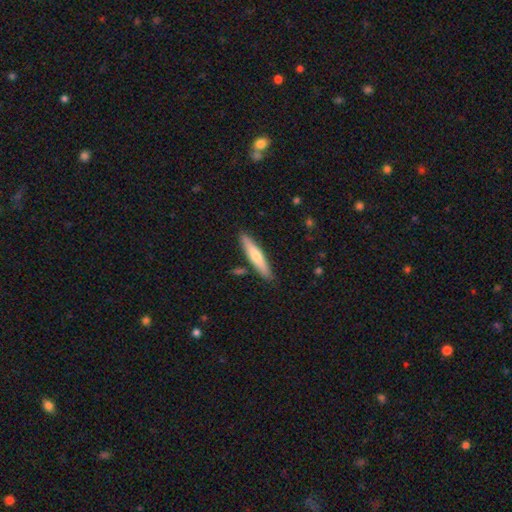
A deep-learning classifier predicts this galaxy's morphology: A smooth galaxy with no disk features (64%) that is cigar-shaped (87%).

Vote fractions:
- Smooth or featured? smooth: 64% / featured or disk: 31% / star or artifact: 5%
- How rounded? cigar-shaped: 87% / in between: 11% / round: 1%
- Merging? none: 86% / minor disturbance: 9% / merger: 3% / major disturbance: 2%